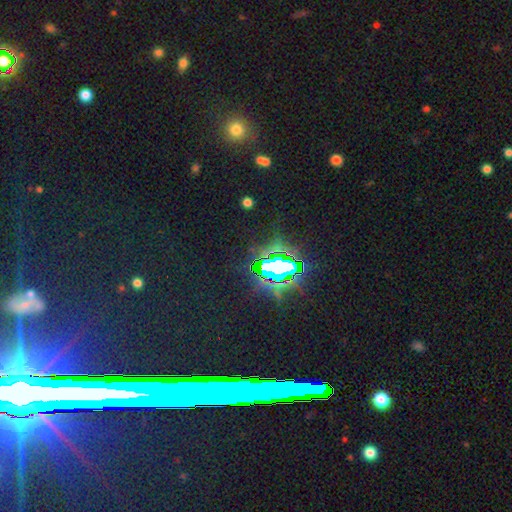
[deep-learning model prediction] smooth-or-featured: star or artifact: 77% | featured or disk: 12% | smooth: 11%